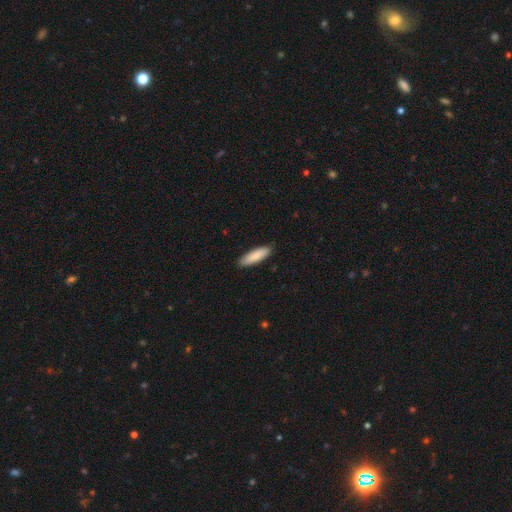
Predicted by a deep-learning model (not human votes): Smooth or featured: smooth — 86% (featured or disk — 8%)
How rounded: cigar-shaped — 57% (in between — 42%)
Merging: none — 89% (minor disturbance — 8%)